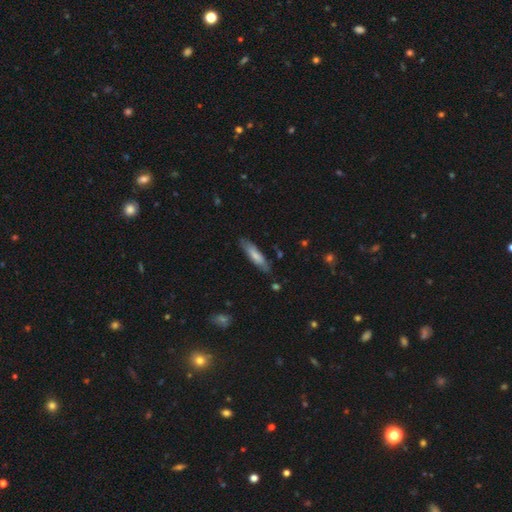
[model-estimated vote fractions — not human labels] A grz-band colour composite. It shows a smooth galaxy with no disk features (68%) that is cigar-shaped (72%). Merging: none (79%).